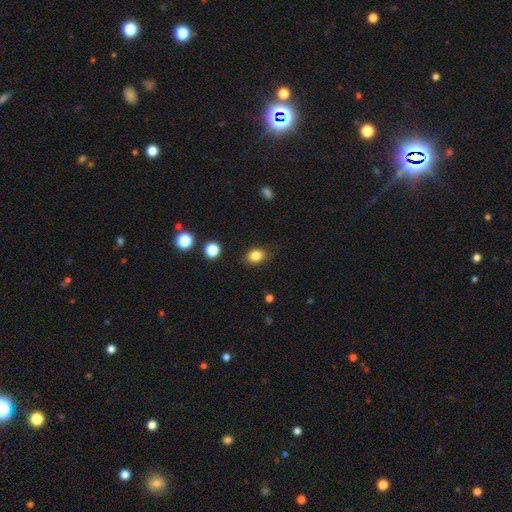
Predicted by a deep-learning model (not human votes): smooth_or_featured: smooth (p=0.83) [alt: star or artifact p=0.11]
how_rounded: in between (p=0.59) [alt: round p=0.40]
merging: none (p=0.84) [alt: minor disturbance p=0.12]